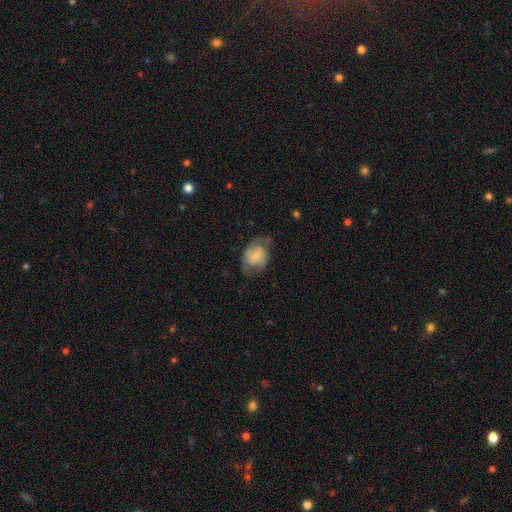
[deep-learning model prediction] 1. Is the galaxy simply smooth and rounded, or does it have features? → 49% smooth, 44% featured or disk, 7% star or artifact.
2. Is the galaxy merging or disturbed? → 45% none, 30% minor disturbance, 23% major disturbance, 2% merger.